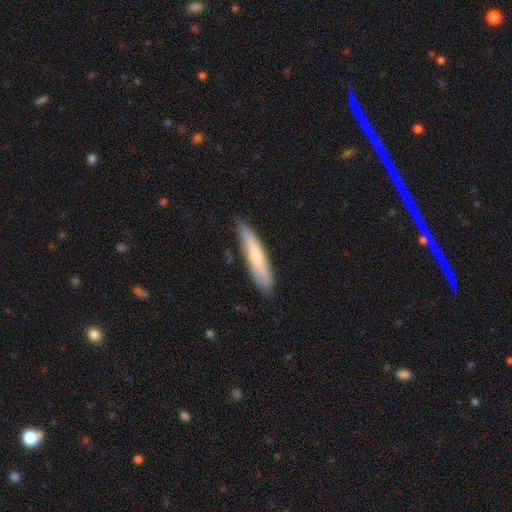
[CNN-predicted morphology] Smooth or featured?
  - smooth: 64% *
  - featured or disk: 30%
  - star or artifact: 6%
How rounded?
  - cigar-shaped: 86% *
  - in between: 13%
  - round: 1%
Merging?
  - none: 81% *
  - minor disturbance: 15%
  - major disturbance: 2%
  - merger: 2%